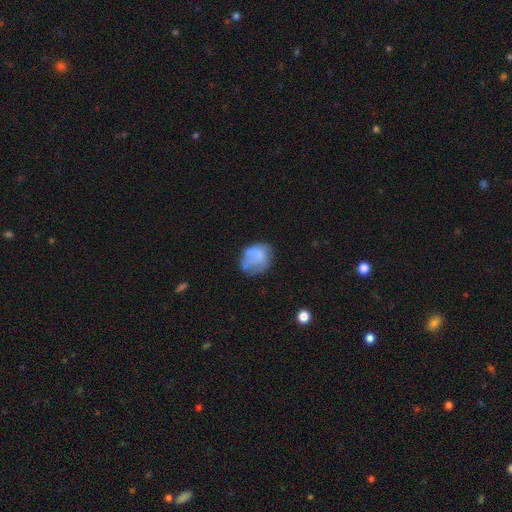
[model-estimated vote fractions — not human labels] smooth_or_featured: smooth (p=0.68) [alt: featured or disk p=0.23]
how_rounded: round (p=0.59) [alt: in between p=0.40]
merging: none (p=0.45) [alt: minor disturbance p=0.31]